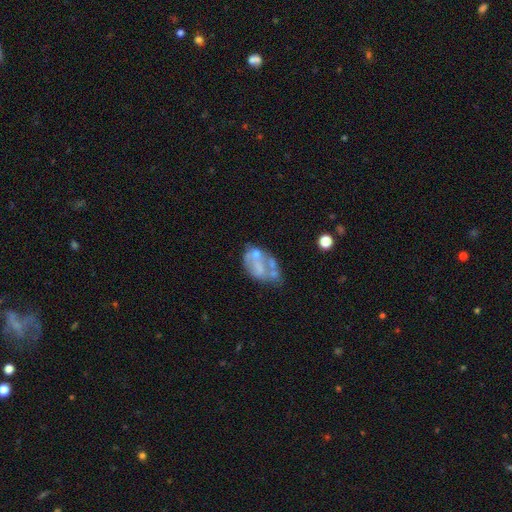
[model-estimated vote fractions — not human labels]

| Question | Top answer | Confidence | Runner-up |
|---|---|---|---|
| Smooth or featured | featured or disk | 62% | smooth (28%) |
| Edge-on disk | no | 97% | yes (3%) |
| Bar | no | 84% | weak (12%) |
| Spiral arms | no | 88% | yes (12%) |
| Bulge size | none | 56% | small (21%) |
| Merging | none | 34% | minor disturbance (22%) |